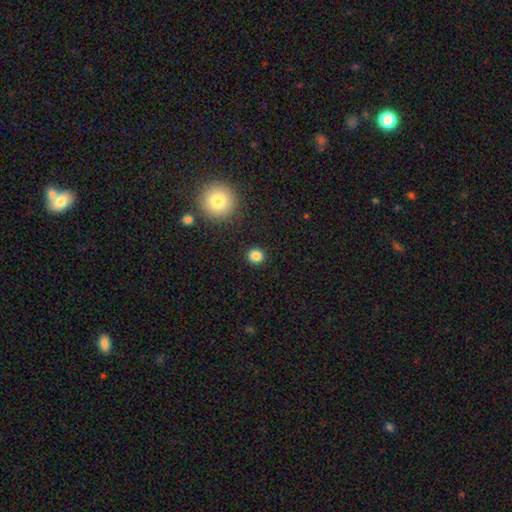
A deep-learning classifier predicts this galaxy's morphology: A smooth galaxy with no disk features (84%) that is round (89%). Merging: none (88%).